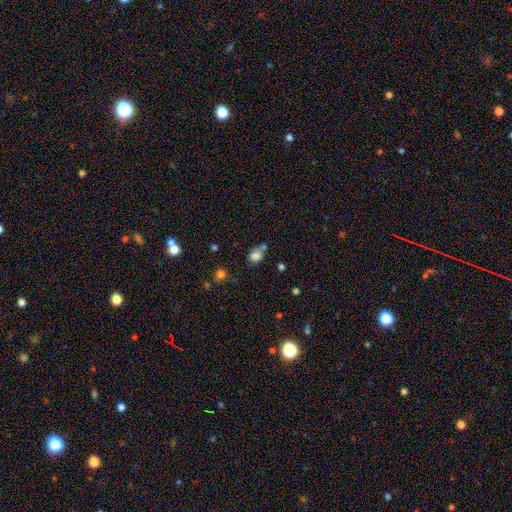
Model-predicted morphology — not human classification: Smooth or featured: smooth — 78% (star or artifact — 12%)
How rounded: in between — 63% (round — 35%)
Merging: none — 41% (merger — 26%)